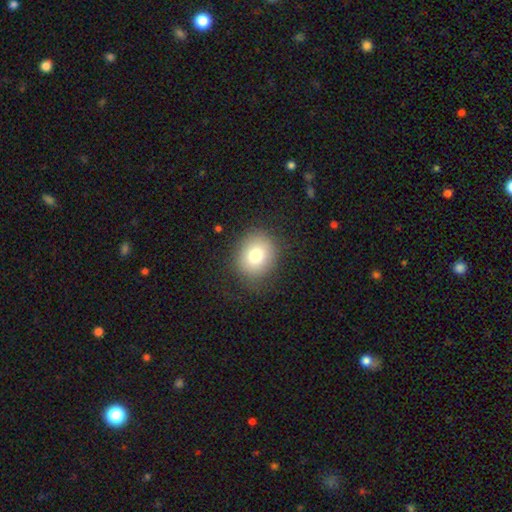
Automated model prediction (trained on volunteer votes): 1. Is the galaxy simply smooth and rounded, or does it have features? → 77% smooth, 12% featured or disk, 11% star or artifact.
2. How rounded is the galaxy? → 70% round, 29% in between, 1% cigar-shaped.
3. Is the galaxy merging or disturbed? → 82% none, 12% minor disturbance, 5% major disturbance, 1% merger.